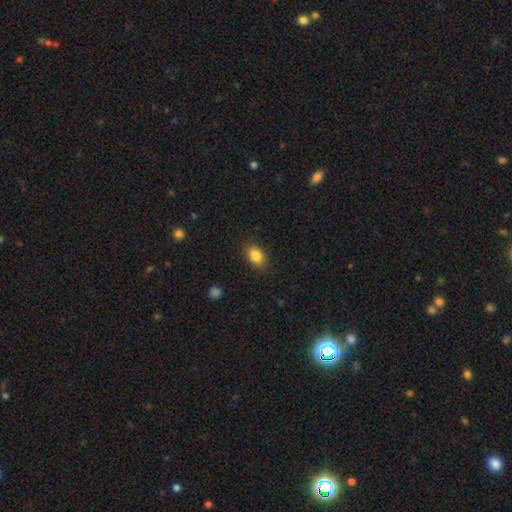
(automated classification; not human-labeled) A smooth galaxy with no disk features (85%) that is in between round and cigar-shaped (79%). Merging: none (85%).